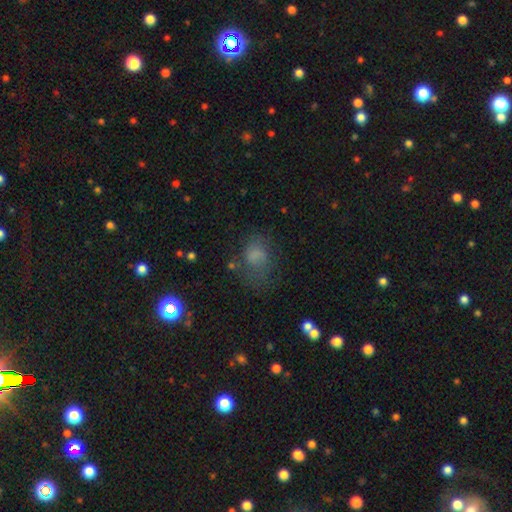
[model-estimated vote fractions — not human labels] Morphology: type=smooth (66%); roundness=in between (61%); merging=none (48%).